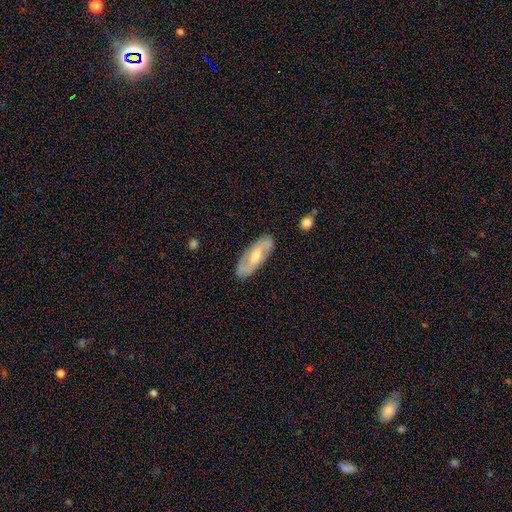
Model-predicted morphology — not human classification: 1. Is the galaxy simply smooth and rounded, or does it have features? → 69% featured or disk, 26% smooth, 5% star or artifact.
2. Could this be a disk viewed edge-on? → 86% no, 14% yes.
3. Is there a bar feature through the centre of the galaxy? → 45% weak, 35% no, 20% strong.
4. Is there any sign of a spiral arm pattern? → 81% yes, 19% no.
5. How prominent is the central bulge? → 62% moderate, 27% small, 7% large, 2% none, 1% dominant.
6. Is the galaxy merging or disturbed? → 85% none, 11% minor disturbance, 2% major disturbance, 1% merger.